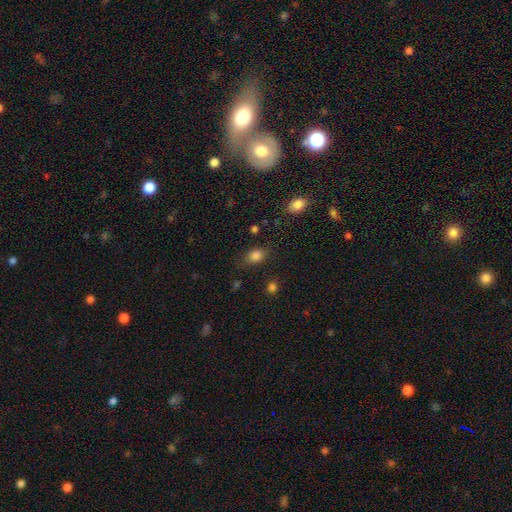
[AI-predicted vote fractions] The model was most divided on "how rounded": in between: 62%, round: 36%, cigar-shaped: 2%. More confident: smooth or featured — smooth (83%); merging — none (74%).